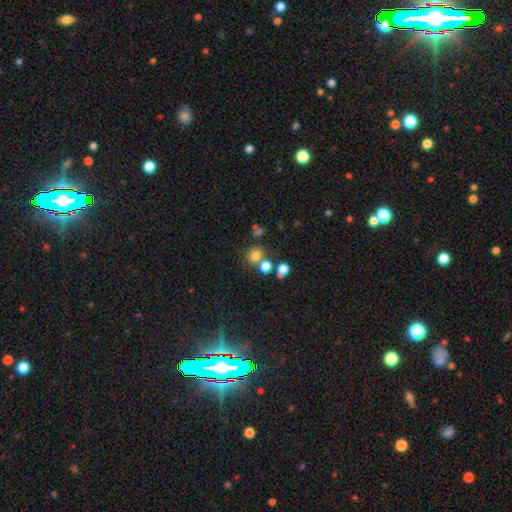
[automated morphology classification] type=smooth (73%); roundness=round (80%); merging=none (61%).